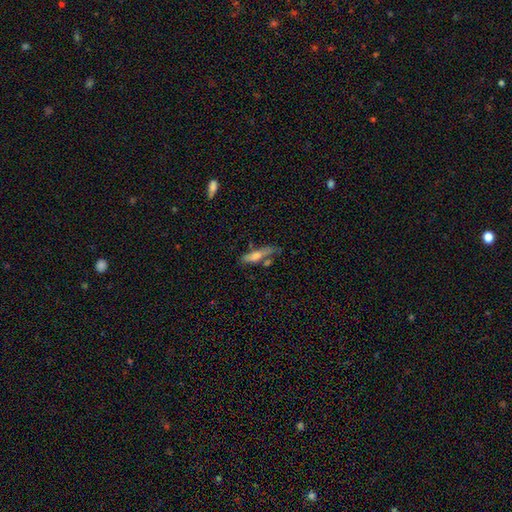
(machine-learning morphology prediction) A smooth galaxy with no disk features (56%) that is cigar-shaped (73%).

Vote fractions:
- Smooth or featured? smooth: 56% / featured or disk: 35% / star or artifact: 9%
- How rounded? cigar-shaped: 73% / in between: 25% / round: 3%
- Merging? none: 47% / minor disturbance: 24% / merger: 16% / major disturbance: 13%